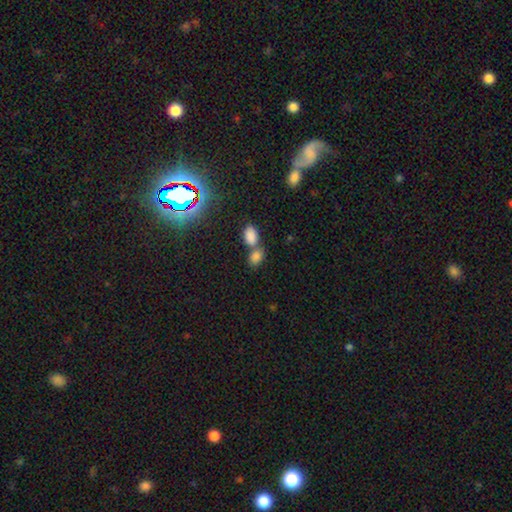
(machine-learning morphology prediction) A smooth galaxy with no disk features (73%) that is in between round and cigar-shaped (81%). Merging: merger (51%).